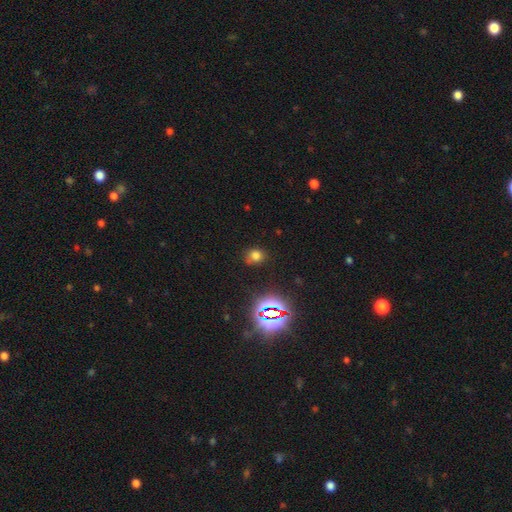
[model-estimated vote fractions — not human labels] smooth_or_featured: smooth (p=0.67) [alt: star or artifact p=0.25]
how_rounded: round (p=0.69) [alt: in between p=0.30]
merging: none (p=0.72) [alt: minor disturbance p=0.18]